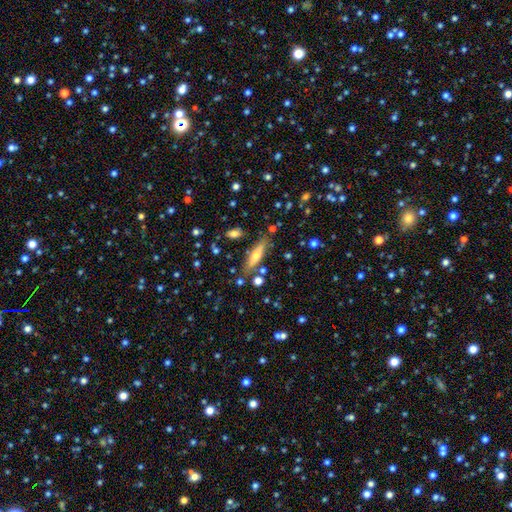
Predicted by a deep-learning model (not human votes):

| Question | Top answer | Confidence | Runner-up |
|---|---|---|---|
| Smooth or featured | smooth | 59% | featured or disk (33%) |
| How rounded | cigar-shaped | 59% | in between (38%) |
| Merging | none | 76% | minor disturbance (14%) |